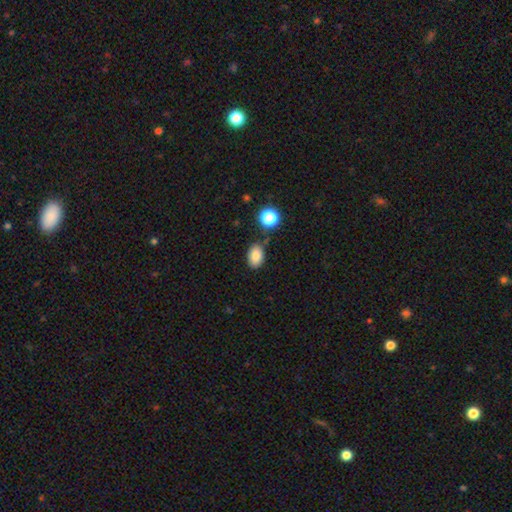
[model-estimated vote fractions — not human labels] This appears to be a smooth galaxy with no disk features (84%) that is in between round and cigar-shaped (84%). Merging: none (77%).